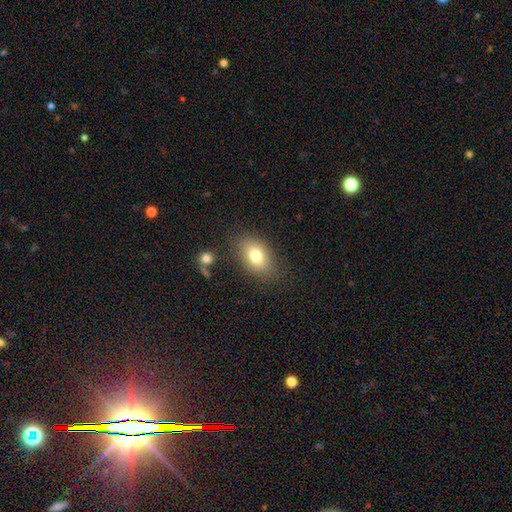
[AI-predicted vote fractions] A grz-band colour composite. It shows a smooth galaxy with no disk features (78%) that is in between round and cigar-shaped (85%). Merging: none (78%).